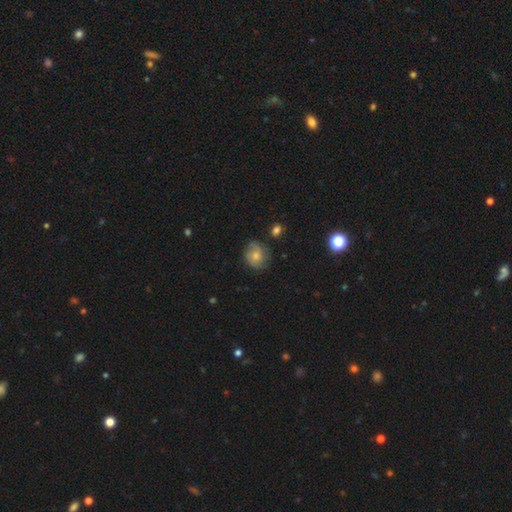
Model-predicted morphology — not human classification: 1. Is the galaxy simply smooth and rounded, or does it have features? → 66% smooth, 25% featured or disk, 9% star or artifact.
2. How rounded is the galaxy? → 70% round, 29% in between, 1% cigar-shaped.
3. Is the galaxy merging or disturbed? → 69% none, 23% minor disturbance, 5% major disturbance, 2% merger.